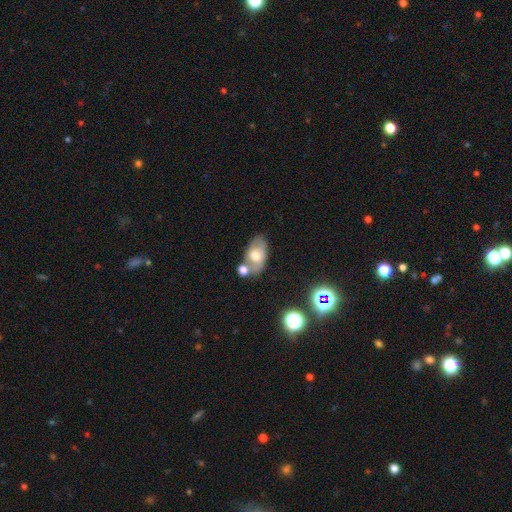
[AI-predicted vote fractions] smooth 49%, featured or disk 42%, star or artifact 10%. Down the decision tree: merging — none (48%).